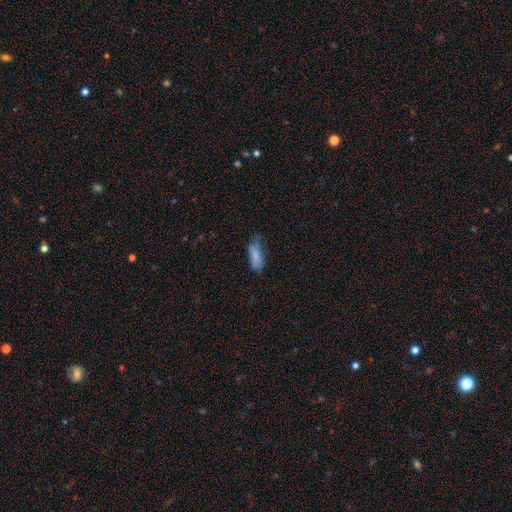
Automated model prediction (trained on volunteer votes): The model was most divided on "merging": none: 40%, minor disturbance: 37%, major disturbance: 19%, merger: 4%. More confident: smooth or featured — smooth (77%); how rounded — in between (68%).